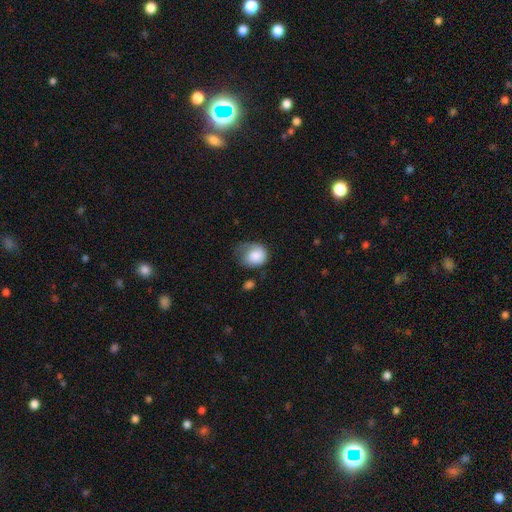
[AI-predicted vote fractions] smooth_or_featured: smooth (p=0.79) [alt: featured or disk p=0.13]
how_rounded: round (p=0.59) [alt: in between p=0.40]
merging: minor disturbance (p=0.37) [alt: major disturbance p=0.30]